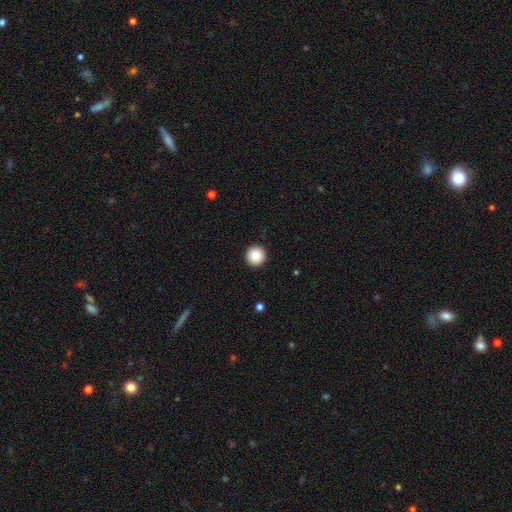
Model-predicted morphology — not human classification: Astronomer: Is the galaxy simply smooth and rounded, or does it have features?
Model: smooth — 87%.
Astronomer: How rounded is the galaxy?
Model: round — 96%.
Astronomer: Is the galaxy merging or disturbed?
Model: none — 93%.